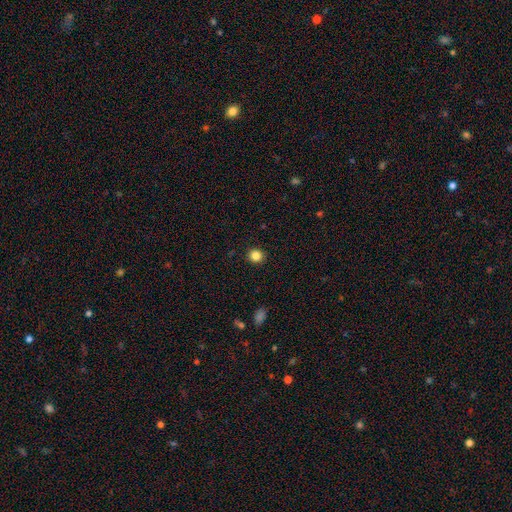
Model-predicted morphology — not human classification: Smooth or featured?
  - smooth: 84% *
  - star or artifact: 11%
  - featured or disk: 4%
How rounded?
  - round: 87% *
  - in between: 12%
  - cigar-shaped: 1%
Merging?
  - none: 92% *
  - minor disturbance: 5%
  - major disturbance: 2%
  - merger: 1%